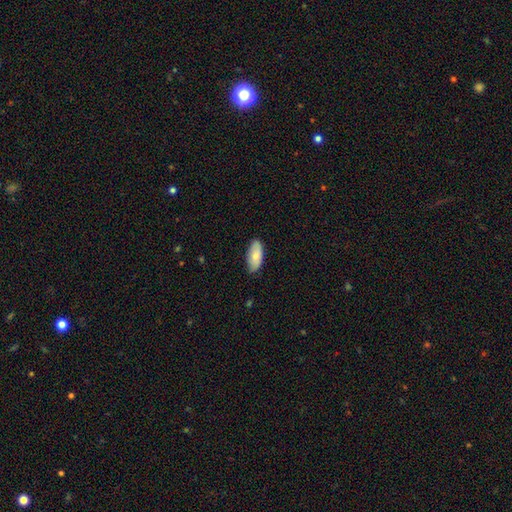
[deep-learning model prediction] Q: Smooth or featured?
A: smooth (76%); runner-up: featured or disk (18%)
Q: How rounded?
A: in between (90%); runner-up: cigar-shaped (8%)
Q: Merging?
A: none (81%); runner-up: minor disturbance (16%)